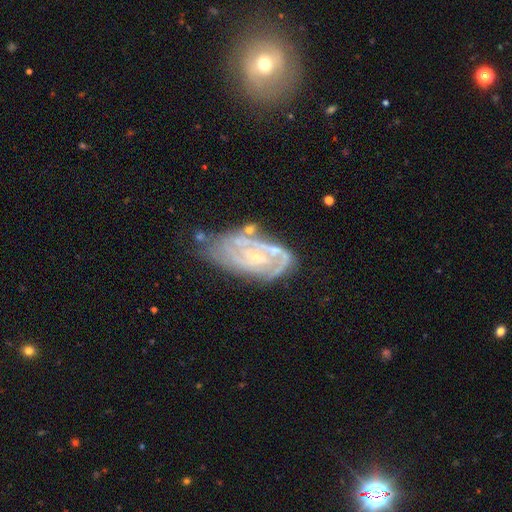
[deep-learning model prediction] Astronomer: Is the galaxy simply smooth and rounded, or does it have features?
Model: featured or disk — 82%.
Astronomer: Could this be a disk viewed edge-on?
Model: no — 95%.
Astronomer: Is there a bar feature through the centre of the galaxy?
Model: no — 43% (runner-up: weak, 41%).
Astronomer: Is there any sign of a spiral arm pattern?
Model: yes — 89%.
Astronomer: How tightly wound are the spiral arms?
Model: tight — 60%.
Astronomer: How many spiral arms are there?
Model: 2 — 42% (runner-up: can't tell, 31%).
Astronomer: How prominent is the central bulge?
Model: small — 72%.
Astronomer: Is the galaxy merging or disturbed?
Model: none — 46% (runner-up: minor disturbance, 28%).